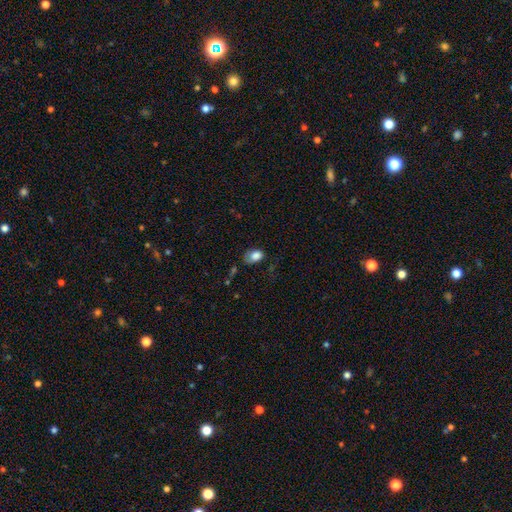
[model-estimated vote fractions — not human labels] Smooth or featured? smooth (80%)
How rounded? in between (83%)
Merging? none (43%)